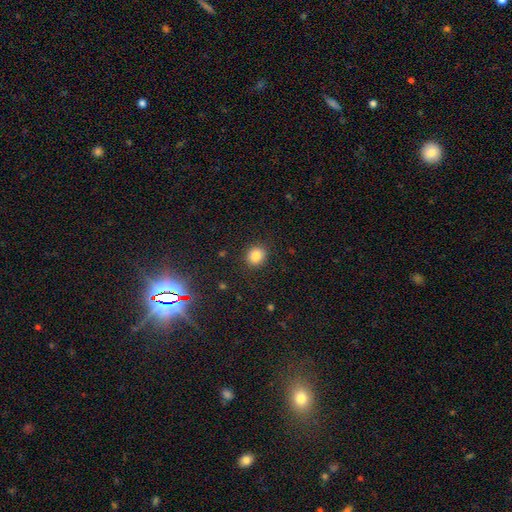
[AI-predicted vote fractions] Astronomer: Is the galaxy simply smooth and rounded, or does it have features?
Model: smooth — 83%.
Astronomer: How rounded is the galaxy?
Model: round — 77%.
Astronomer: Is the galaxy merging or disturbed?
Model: none — 89%.